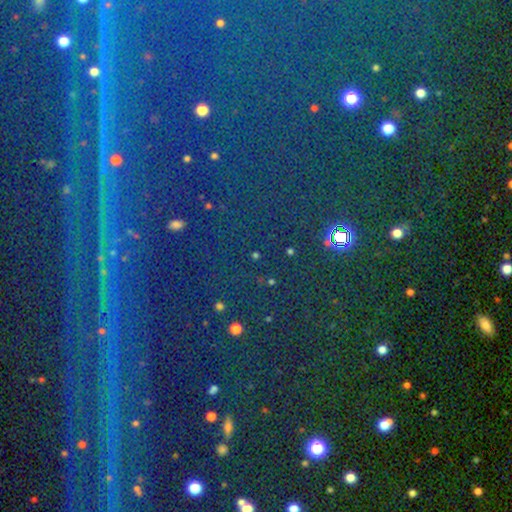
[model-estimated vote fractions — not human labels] The model was most divided on "smooth or featured": star or artifact: 72%, smooth: 20%, featured or disk: 9%.